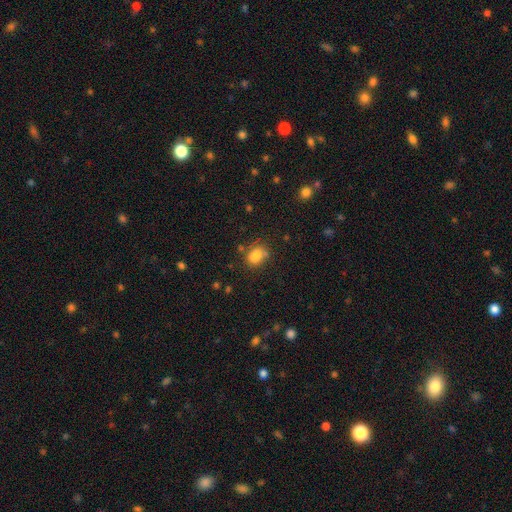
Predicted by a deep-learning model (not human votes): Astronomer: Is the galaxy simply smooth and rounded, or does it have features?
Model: smooth — 82%.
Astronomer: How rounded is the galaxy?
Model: in between — 64%.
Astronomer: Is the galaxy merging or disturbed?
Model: none — 62%.